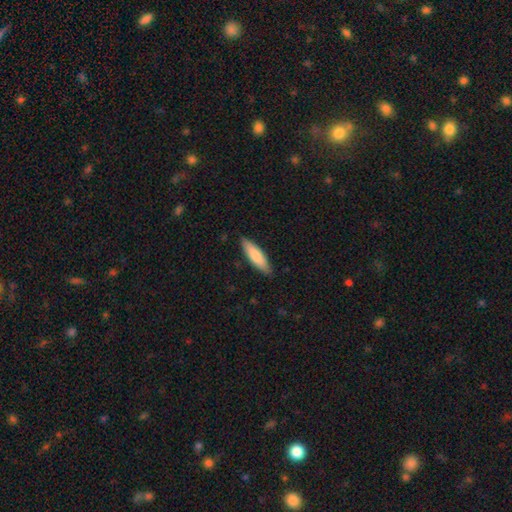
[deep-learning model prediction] Smooth or featured? Predicted: smooth (p=0.80). How rounded? Predicted: cigar-shaped (p=0.62). Merging? Predicted: none (p=0.86).